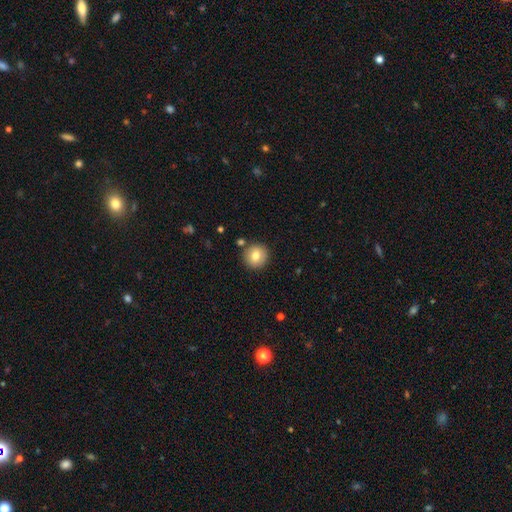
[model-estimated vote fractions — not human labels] Morphology: type=smooth (78%); roundness=round (94%); merging=none (87%).